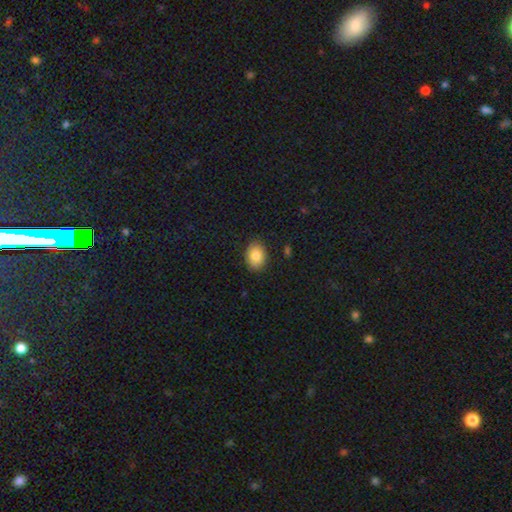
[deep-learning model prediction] smooth-or-featured: smooth: 85% | star or artifact: 8% | featured or disk: 7%
  how-rounded: in between: 70% | round: 29% | cigar-shaped: 1%
  merging: none: 86% | minor disturbance: 11% | major disturbance: 2% | merger: 1%